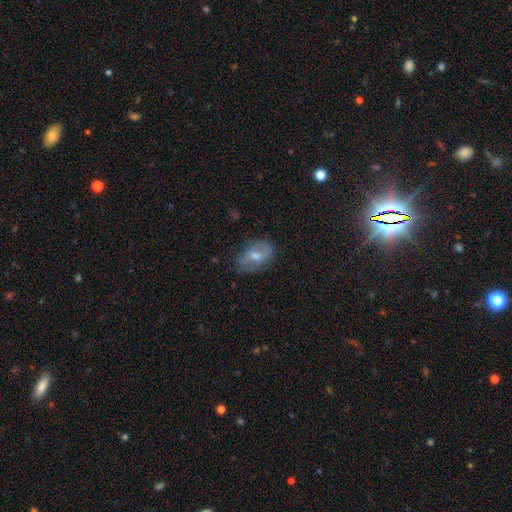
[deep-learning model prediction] Smooth or featured? Predicted: featured or disk (p=0.51). Edge-on disk? Predicted: no (p=0.93). Merging? Predicted: none (p=0.76).